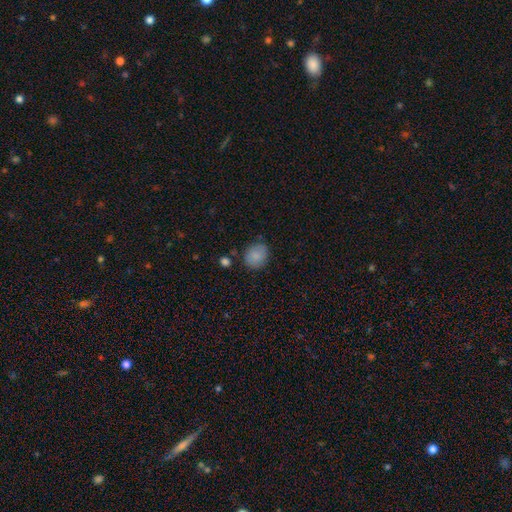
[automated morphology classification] Smooth or featured?
  - smooth: 87% *
  - star or artifact: 8%
  - featured or disk: 5%
How rounded?
  - round: 67% *
  - in between: 32%
  - cigar-shaped: 1%
Merging?
  - none: 80% *
  - minor disturbance: 14%
  - major disturbance: 3%
  - merger: 3%